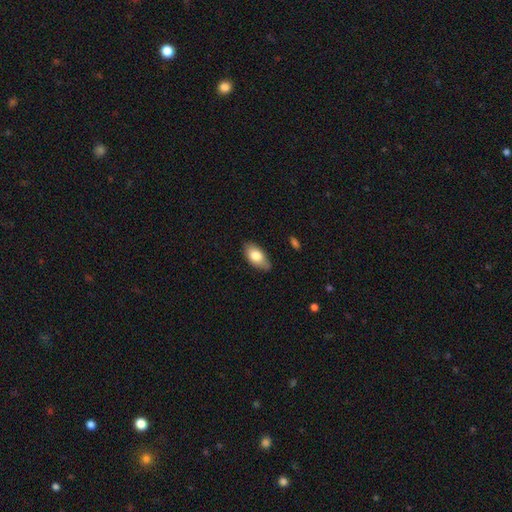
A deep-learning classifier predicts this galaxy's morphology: This appears to be a smooth galaxy with no disk features (79%) that is in between round and cigar-shaped (93%). Merging: none (78%).